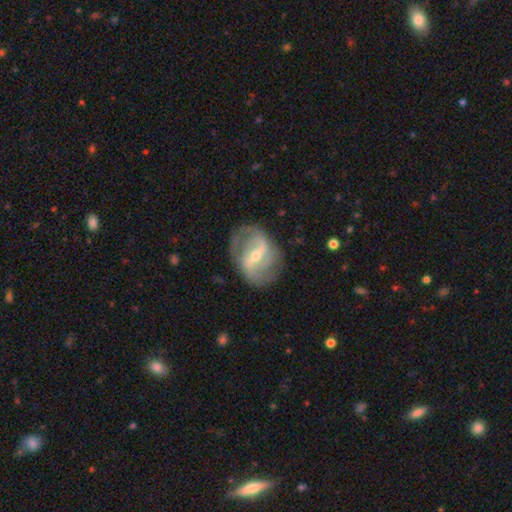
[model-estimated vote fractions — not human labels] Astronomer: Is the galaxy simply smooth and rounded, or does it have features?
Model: featured or disk — 85%.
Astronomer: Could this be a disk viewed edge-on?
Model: no — 95%.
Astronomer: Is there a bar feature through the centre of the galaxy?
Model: strong — 55% (runner-up: weak, 34%).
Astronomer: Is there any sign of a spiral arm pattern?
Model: yes — 88%.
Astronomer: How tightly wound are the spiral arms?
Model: medium — 42% (runner-up: loose, 38%).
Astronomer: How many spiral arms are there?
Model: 2 — 79%.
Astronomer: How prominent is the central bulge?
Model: small — 54% (runner-up: moderate, 43%).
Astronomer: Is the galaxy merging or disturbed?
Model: none — 73%.